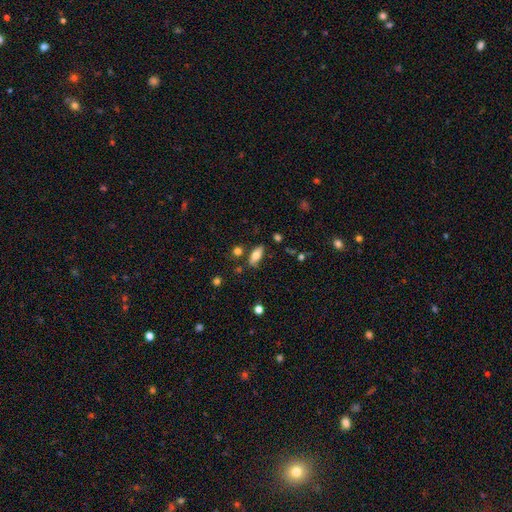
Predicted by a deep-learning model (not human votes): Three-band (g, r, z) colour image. It shows a smooth galaxy with no disk features (77%) that is in between round and cigar-shaped (83%). Merging: none (79%).